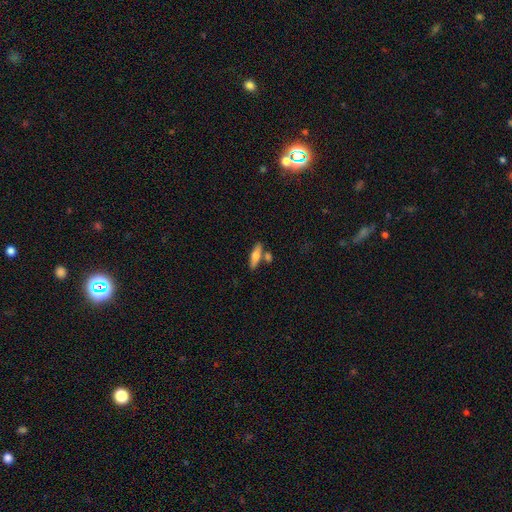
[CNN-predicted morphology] This appears to be a smooth galaxy with no disk features (58%) that is cigar-shaped (59%). Merging: none (69%).